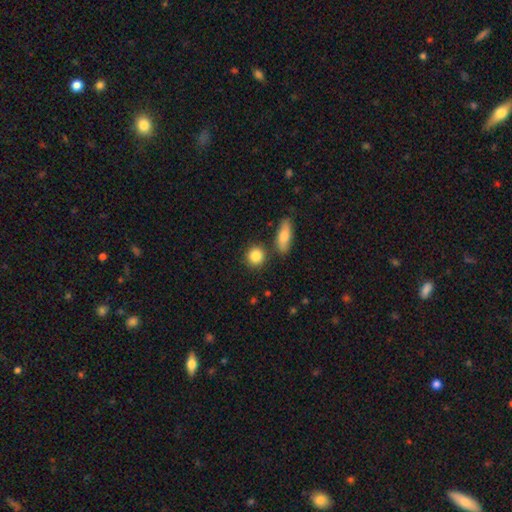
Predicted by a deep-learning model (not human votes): Overall: smooth (86%). How rounded: round (81%). Merging: none (81%).